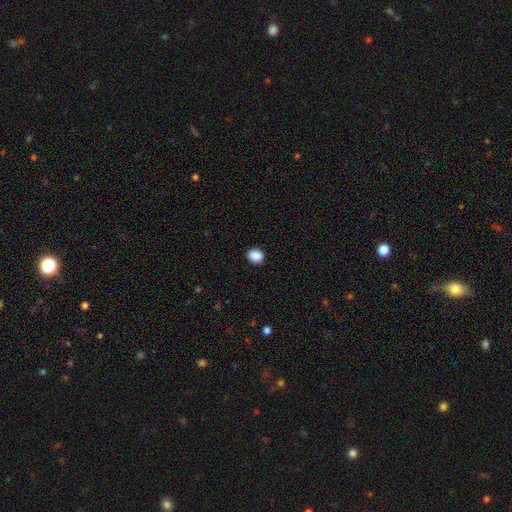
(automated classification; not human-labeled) Smooth or featured?
  - smooth: 89% *
  - star or artifact: 8%
  - featured or disk: 3%
How rounded?
  - round: 51% *
  - in between: 48%
  - cigar-shaped: 1%
Merging?
  - none: 90% *
  - minor disturbance: 7%
  - major disturbance: 2%
  - merger: 1%